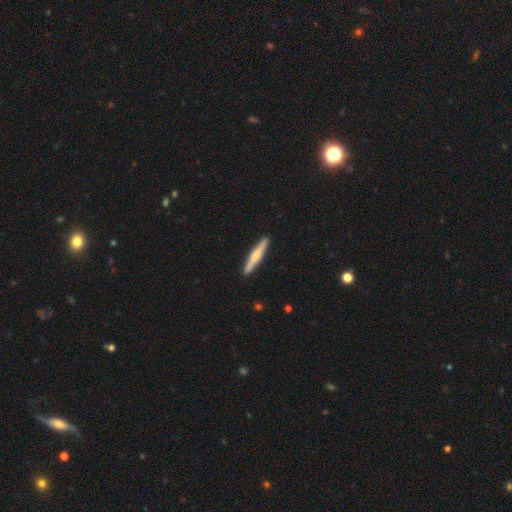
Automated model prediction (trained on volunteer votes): Morphology: type=featured or disk (48%); merging=none (92%).